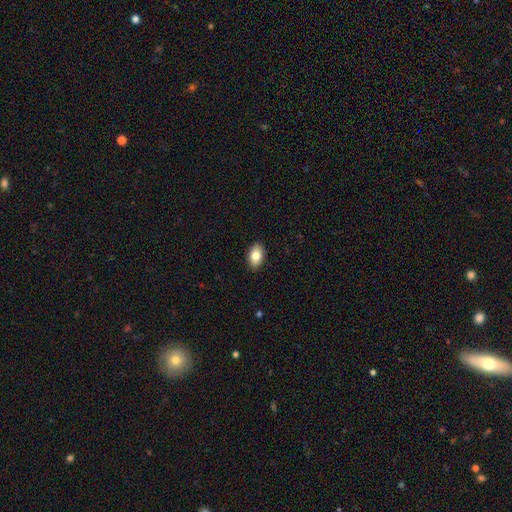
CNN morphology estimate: smooth_or_featured: smooth (p=0.82) [alt: featured or disk p=0.11]
how_rounded: in between (p=0.90) [alt: round p=0.08]
merging: none (p=0.90) [alt: minor disturbance p=0.07]